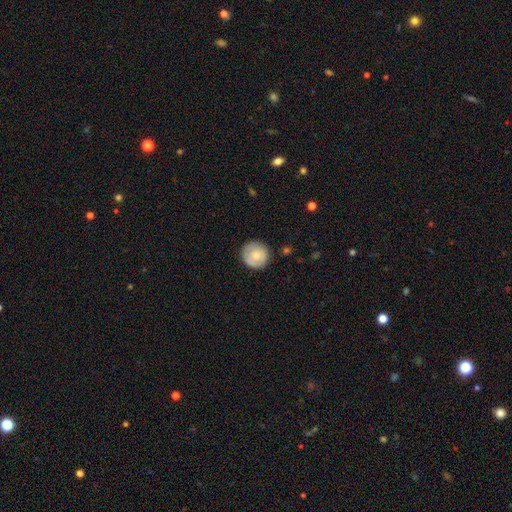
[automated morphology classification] This appears to be a smooth galaxy with no disk features (75%) that is round (94%). Merging: none (83%).